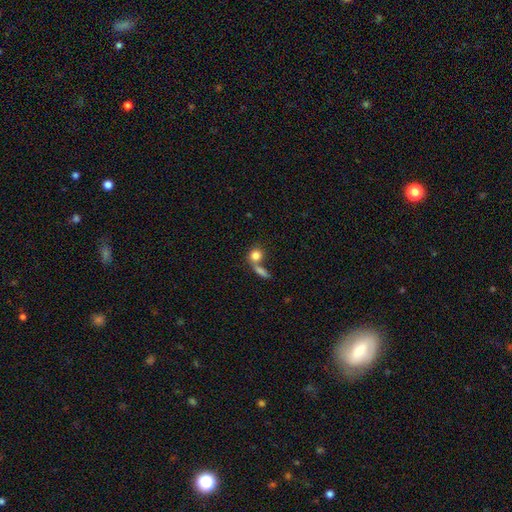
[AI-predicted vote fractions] Smooth or featured? smooth (82%)
How rounded? round (70%)
Merging? none (43%, tied with merger)